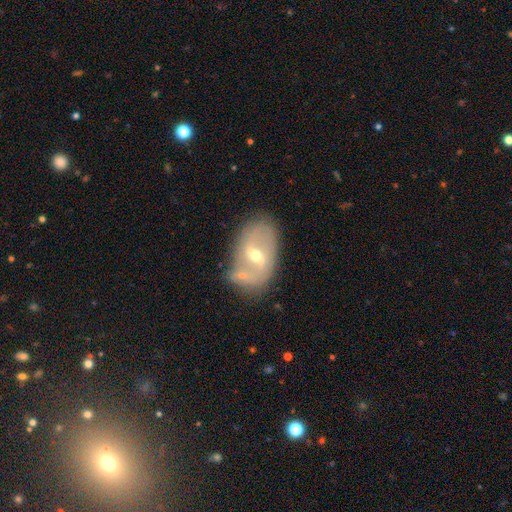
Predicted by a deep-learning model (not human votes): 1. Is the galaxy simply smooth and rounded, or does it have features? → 70% featured or disk, 22% smooth, 8% star or artifact.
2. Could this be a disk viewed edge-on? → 94% no, 6% yes.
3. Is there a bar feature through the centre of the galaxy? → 51% weak, 28% strong, 21% no.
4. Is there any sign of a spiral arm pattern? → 62% yes, 38% no.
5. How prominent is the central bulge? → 56% moderate, 40% small, 2% large, 1% none, 1% dominant.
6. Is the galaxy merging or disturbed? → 55% none, 20% minor disturbance, 19% merger, 7% major disturbance.